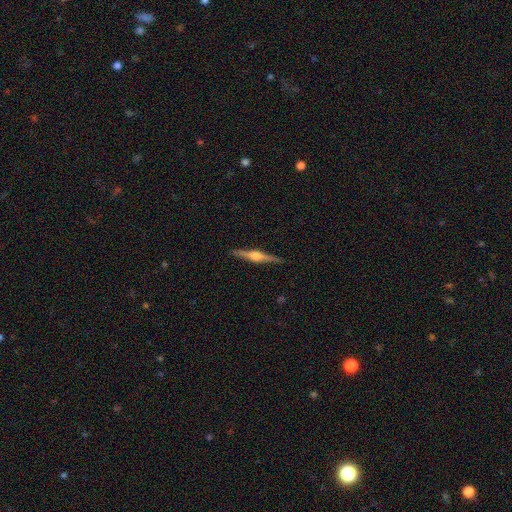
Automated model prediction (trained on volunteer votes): Morphology: type=featured or disk (80%); edge-on=yes (98%); edge-on bulge=rounded (86%); merging=none (91%).